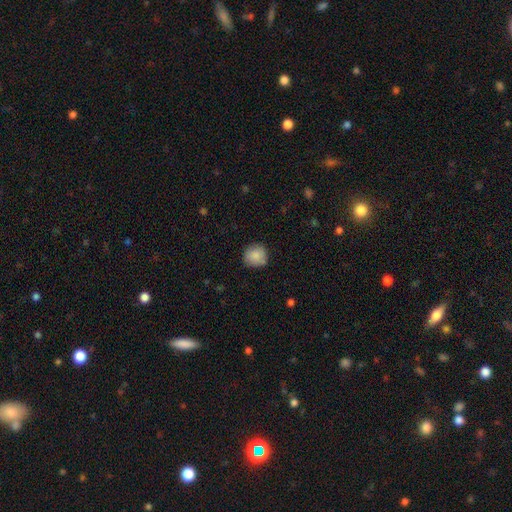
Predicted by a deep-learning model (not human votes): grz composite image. It shows a smooth galaxy with no disk features (86%) that is round (88%). Merging: none (81%).